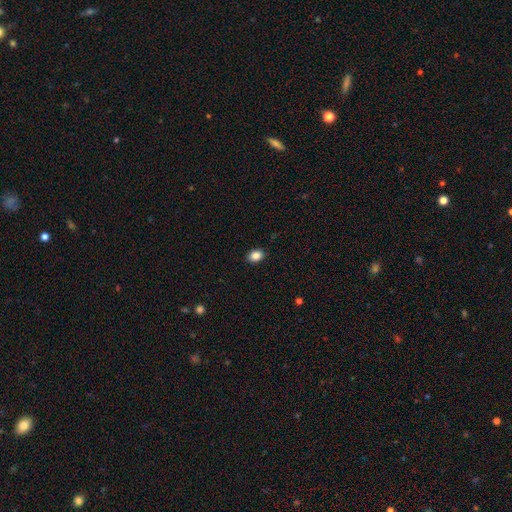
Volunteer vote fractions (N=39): This appears to be a smooth galaxy with no disk features (82%) that is in between round and cigar-shaped (72%). Merging: none (89%).